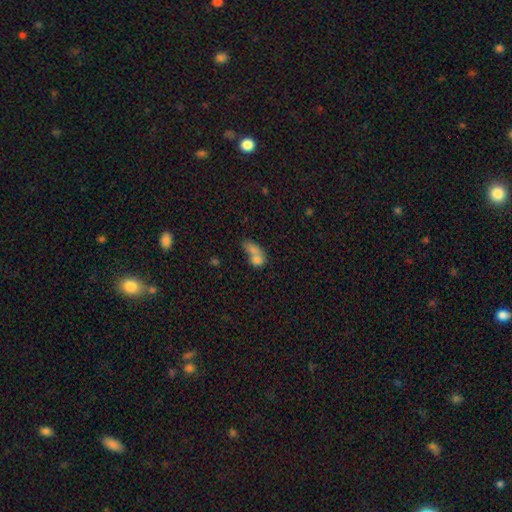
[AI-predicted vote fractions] Smooth or featured: smooth — 73% (featured or disk — 17%)
How rounded: in between — 64% (round — 30%)
Merging: merger — 67% (none — 17%)